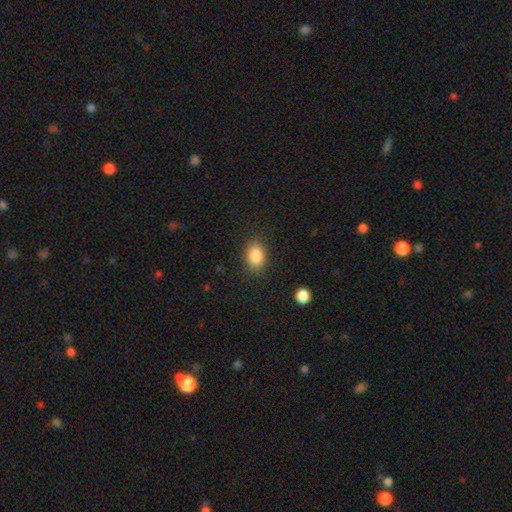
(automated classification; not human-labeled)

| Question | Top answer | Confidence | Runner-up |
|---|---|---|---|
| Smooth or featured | smooth | 86% | star or artifact (9%) |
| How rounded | in between | 77% | round (22%) |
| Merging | none | 86% | minor disturbance (10%) |